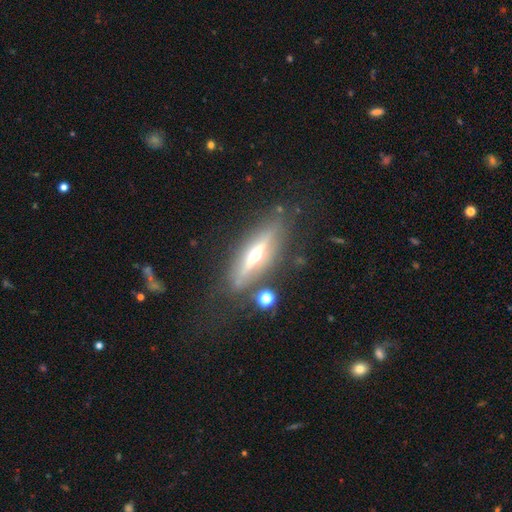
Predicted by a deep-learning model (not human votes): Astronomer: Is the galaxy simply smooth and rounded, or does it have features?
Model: featured or disk — 71%.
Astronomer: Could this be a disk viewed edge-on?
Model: yes — 91%.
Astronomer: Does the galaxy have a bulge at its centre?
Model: rounded — 91%.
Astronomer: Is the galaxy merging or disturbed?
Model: none — 78%.